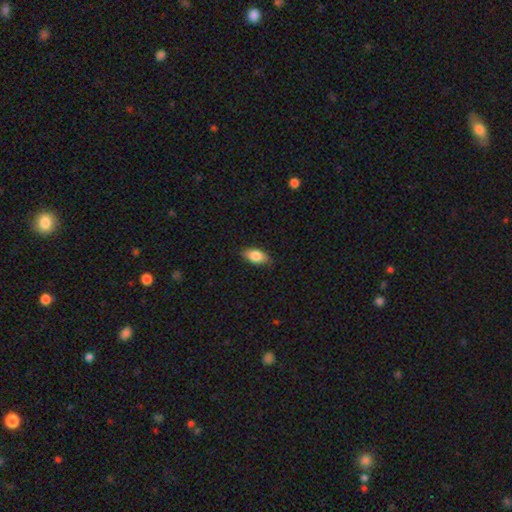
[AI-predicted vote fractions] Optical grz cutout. It shows a smooth galaxy with no disk features (83%) that is in between round and cigar-shaped (90%). Merging: none (83%).